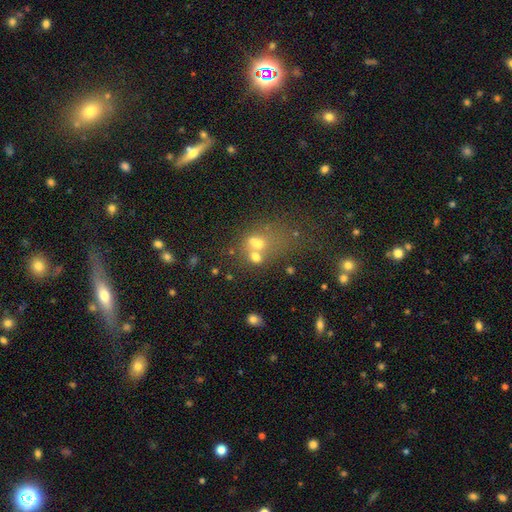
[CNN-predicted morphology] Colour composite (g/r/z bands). It shows a smooth galaxy with no disk features (48%). Merging: merger (45%).